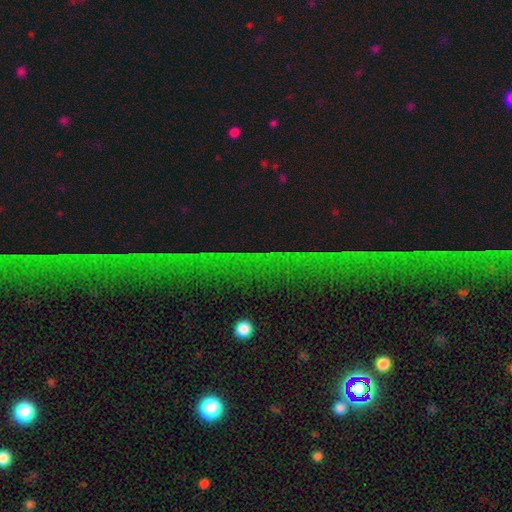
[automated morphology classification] A star or artifact, not a galaxy (83%).

Vote fractions:
- Smooth or featured? star or artifact: 83% / featured or disk: 10% / smooth: 7%